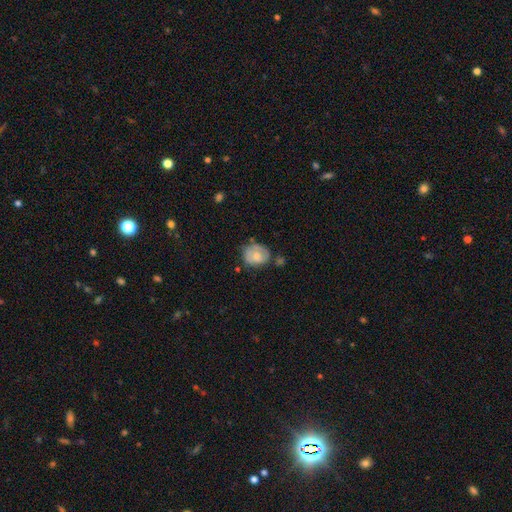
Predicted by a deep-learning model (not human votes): smooth-or-featured: smooth: 60% | featured or disk: 32% | star or artifact: 7%
  how-rounded: round: 55% | in between: 44% | cigar-shaped: 1%
  merging: none: 51% | minor disturbance: 32% | major disturbance: 10% | merger: 8%